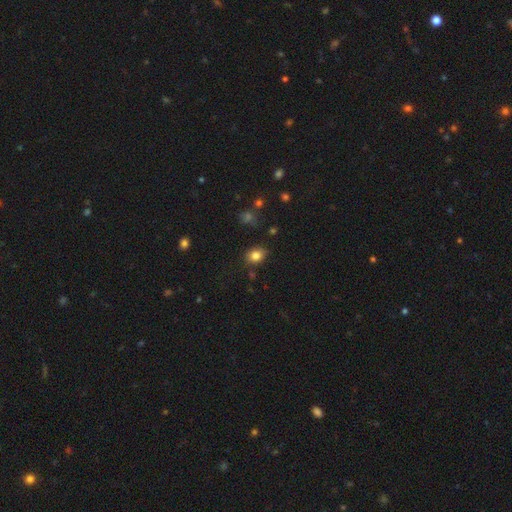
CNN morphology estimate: Smooth or featured? smooth (82%)
How rounded? in between (53%)
Merging? none (80%)